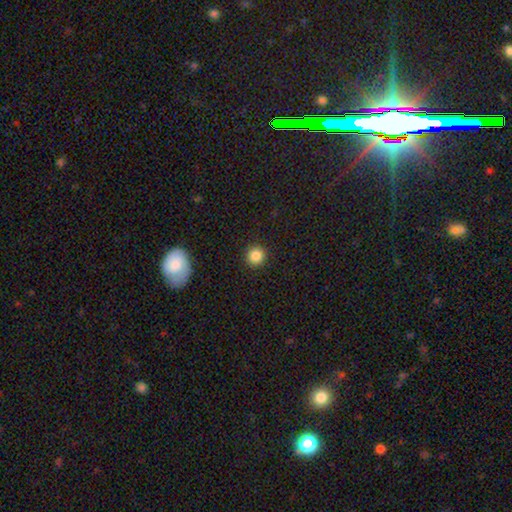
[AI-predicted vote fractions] The model was most divided on "smooth or featured": smooth: 85%, star or artifact: 11%, featured or disk: 4%. More confident: how rounded — round (94%); merging — none (92%).